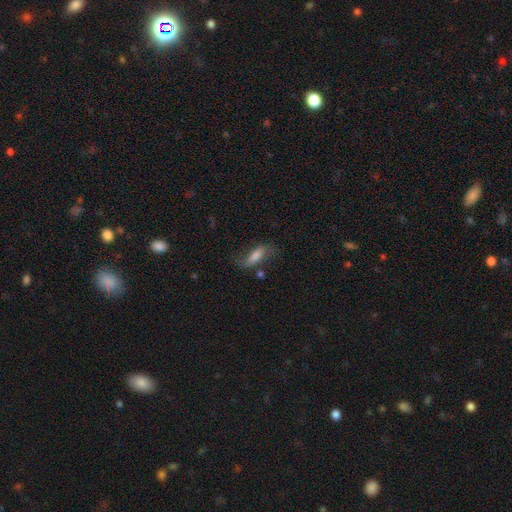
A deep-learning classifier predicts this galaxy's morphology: This appears to be a smooth galaxy with no disk features (53%) that is in between round and cigar-shaped (57%). Merging: none (56%).